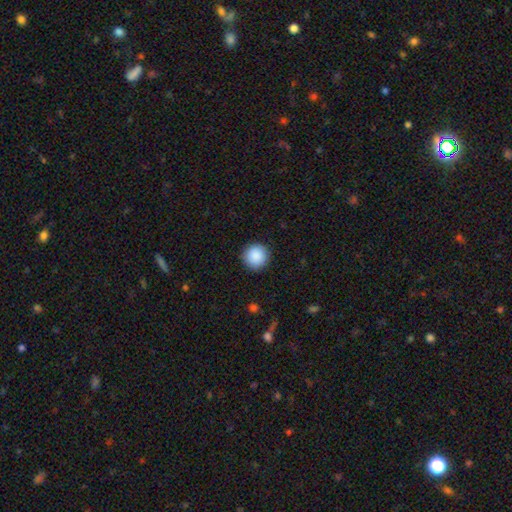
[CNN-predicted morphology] The model was most divided on "smooth or featured": smooth: 89%, star or artifact: 8%, featured or disk: 3%. More confident: how rounded — round (95%); merging — none (91%).